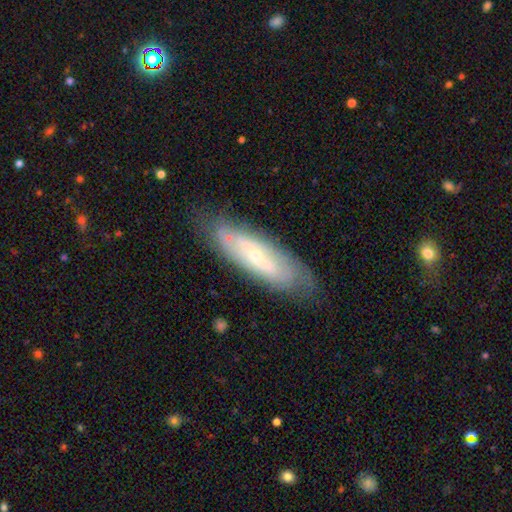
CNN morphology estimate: Smooth or featured? featured or disk (62%)
Edge-on disk? no (71%)
Merging? none (75%)